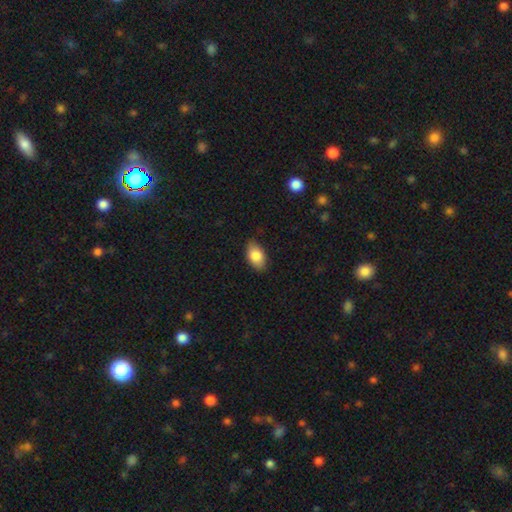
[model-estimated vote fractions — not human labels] Smooth or featured?
  - smooth: 85% *
  - featured or disk: 9%
  - star or artifact: 7%
How rounded?
  - in between: 92% *
  - round: 6%
  - cigar-shaped: 2%
Merging?
  - none: 83% *
  - minor disturbance: 13%
  - major disturbance: 2%
  - merger: 1%